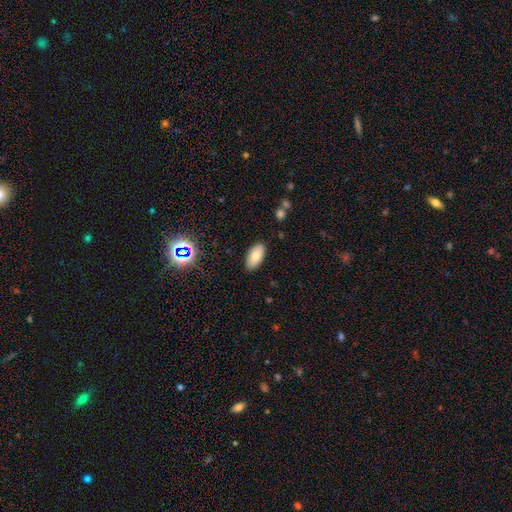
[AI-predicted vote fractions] This is clearly a smooth galaxy (81%). How rounded: clearly in between (94%). Merging: clearly none (87%).